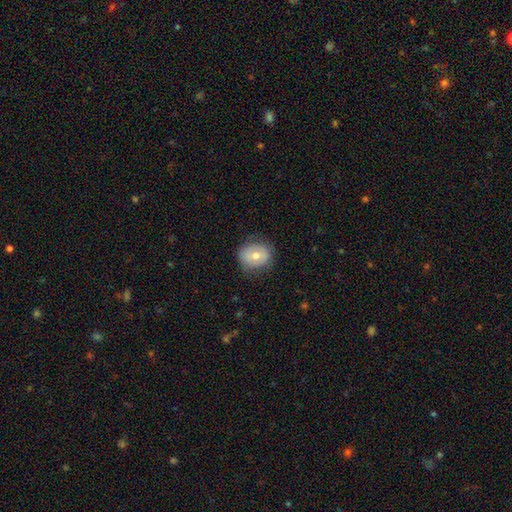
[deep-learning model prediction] Smooth or featured: smooth — 60% (featured or disk — 31%)
How rounded: round — 63% (in between — 36%)
Merging: none — 78% (minor disturbance — 16%)